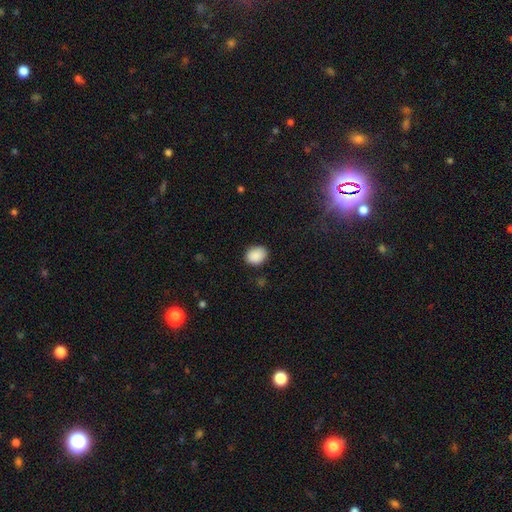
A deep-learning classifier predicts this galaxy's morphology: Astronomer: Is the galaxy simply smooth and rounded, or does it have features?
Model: smooth — 89%.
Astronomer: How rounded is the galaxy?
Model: in between — 51% (runner-up: round, 48%).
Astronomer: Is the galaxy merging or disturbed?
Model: none — 85%.